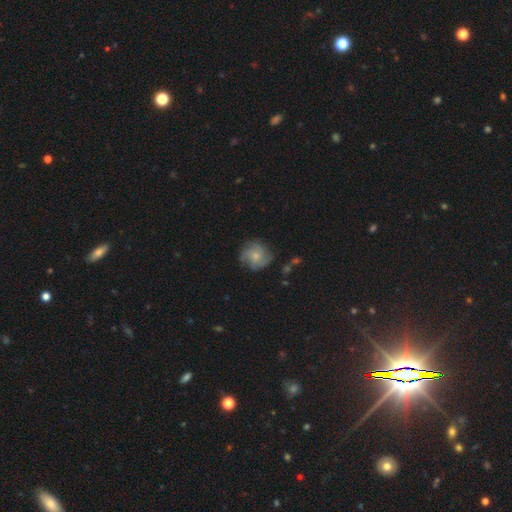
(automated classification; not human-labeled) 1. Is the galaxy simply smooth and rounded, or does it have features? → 52% featured or disk, 40% smooth, 8% star or artifact.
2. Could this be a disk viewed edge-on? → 97% no, 3% yes.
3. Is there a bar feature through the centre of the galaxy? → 80% no, 18% weak, 2% strong.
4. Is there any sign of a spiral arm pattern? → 85% yes, 15% no.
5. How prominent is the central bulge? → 53% small, 39% moderate, 4% none, 3% large, 1% dominant.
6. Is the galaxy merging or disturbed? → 70% none, 20% minor disturbance, 7% major disturbance, 2% merger.